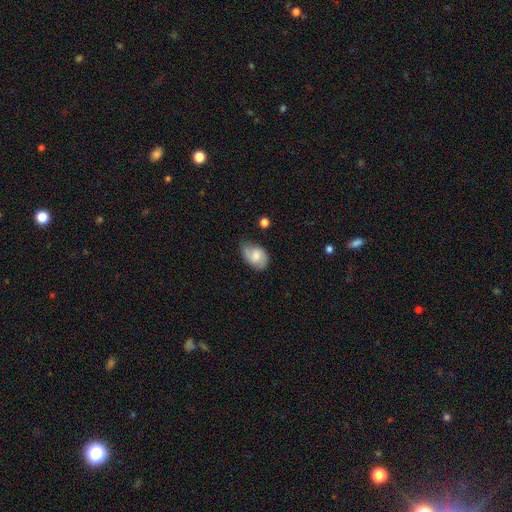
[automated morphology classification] Smooth or featured? smooth (55%)
How rounded? in between (84%)
Merging? none (56%)